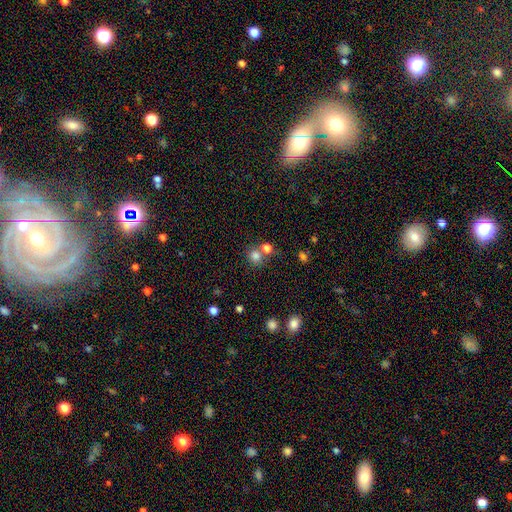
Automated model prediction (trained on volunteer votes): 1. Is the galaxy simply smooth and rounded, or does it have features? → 79% smooth, 14% star or artifact, 7% featured or disk.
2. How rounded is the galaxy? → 84% round, 15% in between, 1% cigar-shaped.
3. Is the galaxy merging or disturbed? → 62% none, 26% merger, 8% minor disturbance, 4% major disturbance.